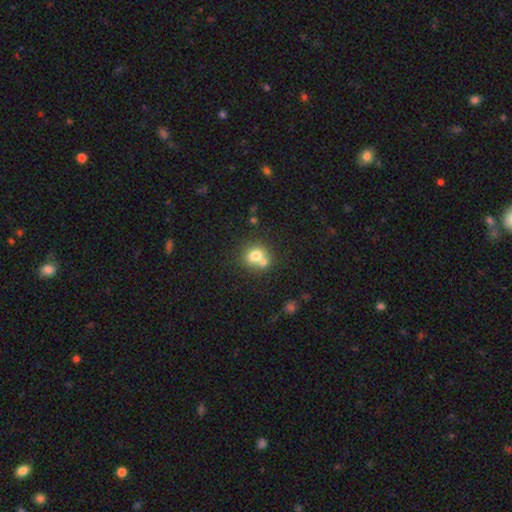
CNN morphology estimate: smooth_or_featured: smooth (p=0.72) [alt: featured or disk p=0.17]
how_rounded: round (p=0.70) [alt: in between p=0.30]
merging: merger (p=0.48) [alt: none p=0.41]